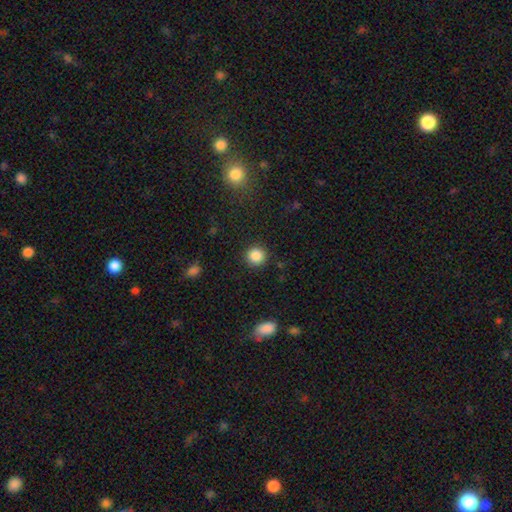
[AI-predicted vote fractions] Q: Smooth or featured?
A: smooth (86%); runner-up: star or artifact (11%)
Q: How rounded?
A: round (93%); runner-up: in between (6%)
Q: Merging?
A: none (91%); runner-up: minor disturbance (6%)